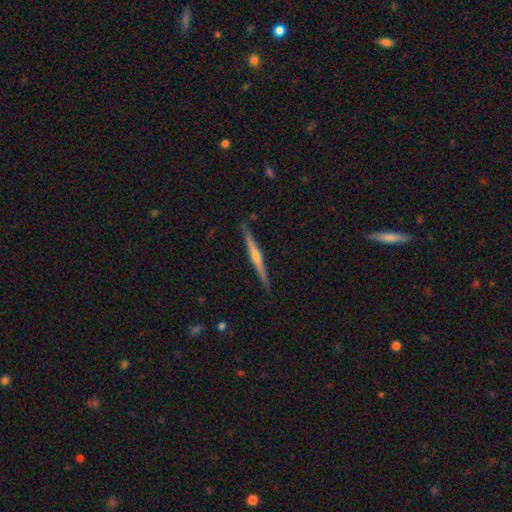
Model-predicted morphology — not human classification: Smooth or featured? featured or disk (79%)
Edge-on disk? yes (98%)
Edge-on bulge? rounded (78%)
Merging? none (91%)